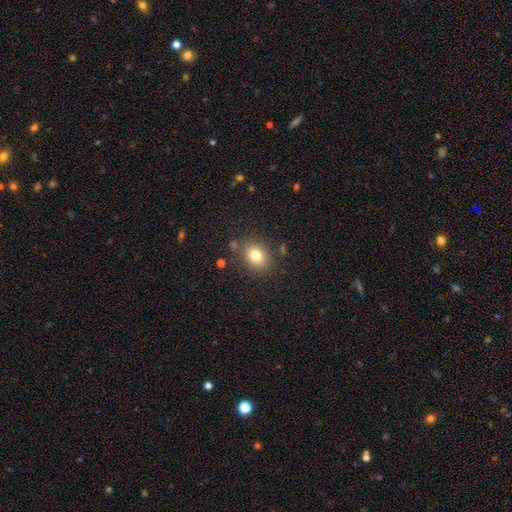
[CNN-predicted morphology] smooth_or_featured: smooth (p=0.79) [alt: star or artifact p=0.11]
how_rounded: round (p=0.53) [alt: in between p=0.46]
merging: none (p=0.82) [alt: minor disturbance p=0.11]